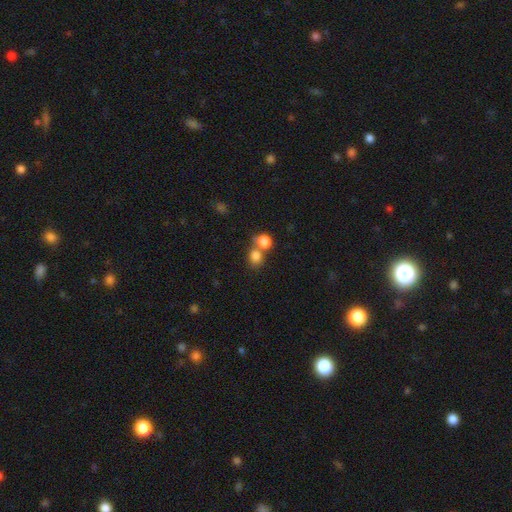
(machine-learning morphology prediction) type=smooth (81%); roundness=round (61%); merging=merger (47%).